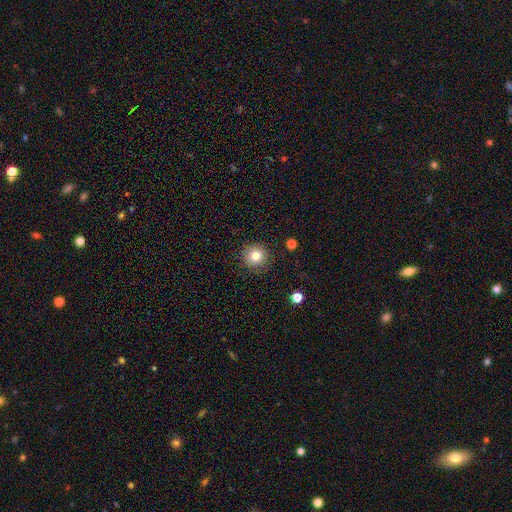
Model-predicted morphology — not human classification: This is likely a smooth galaxy (80%). How rounded: clearly round (94%). Merging: clearly none (88%).